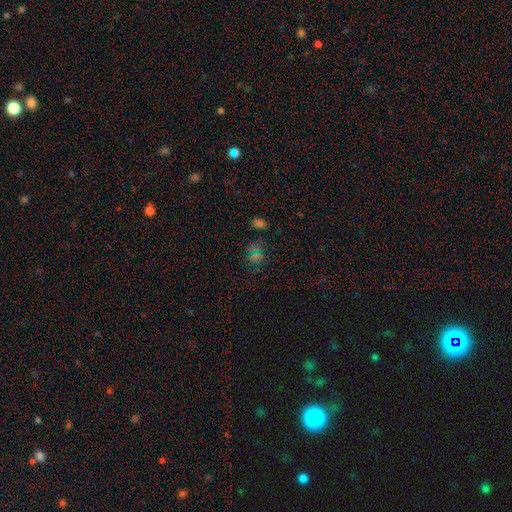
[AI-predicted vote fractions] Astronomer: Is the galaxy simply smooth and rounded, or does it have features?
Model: star or artifact — 52% (runner-up: smooth, 37%).